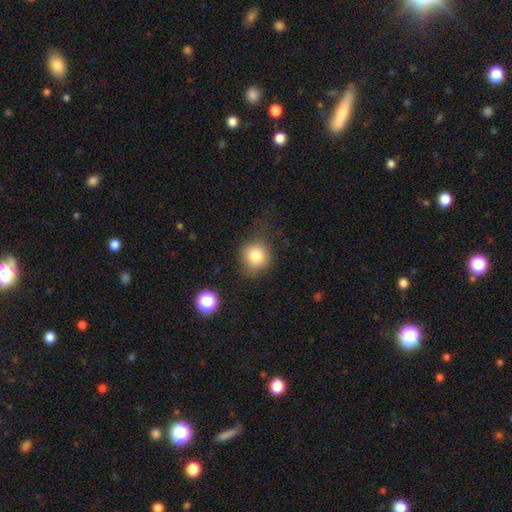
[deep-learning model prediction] This appears to be a smooth galaxy with no disk features (82%) that is round (85%). Merging: none (68%).